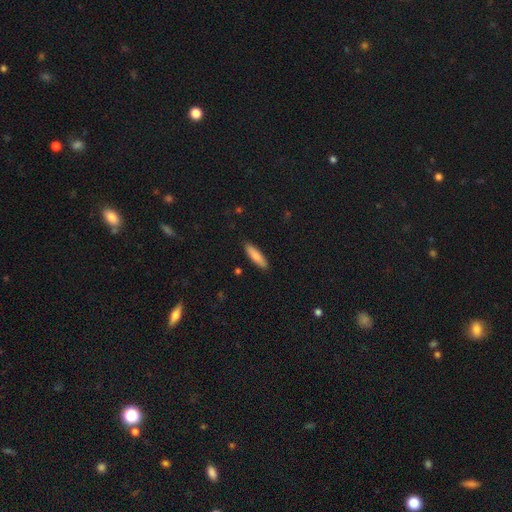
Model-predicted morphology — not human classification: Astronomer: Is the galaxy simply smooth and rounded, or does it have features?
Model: smooth — 81%.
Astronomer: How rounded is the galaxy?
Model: cigar-shaped — 70%.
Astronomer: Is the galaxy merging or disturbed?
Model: none — 89%.